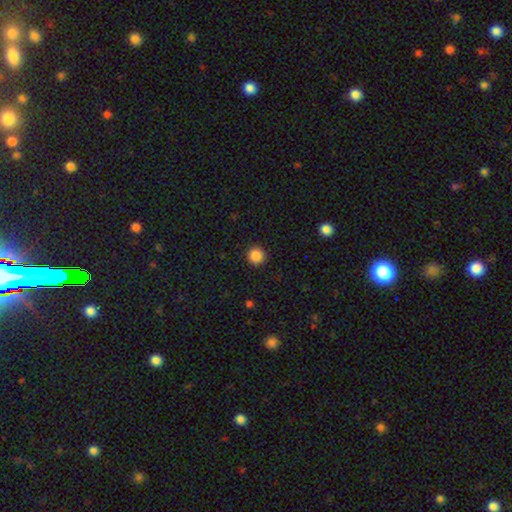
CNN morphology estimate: The model was most divided on "smooth or featured": smooth: 87%, star or artifact: 10%, featured or disk: 3%. More confident: how rounded — round (95%); merging — none (93%).